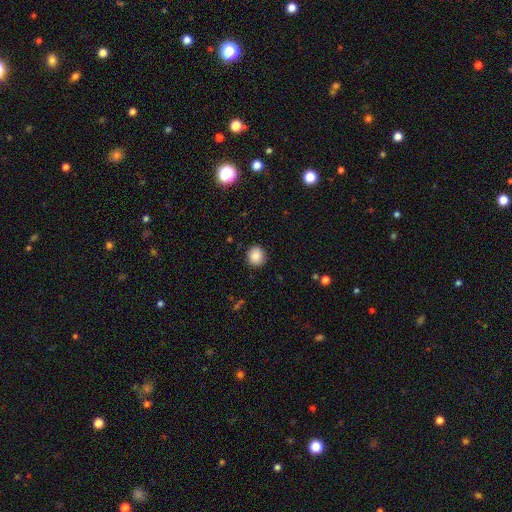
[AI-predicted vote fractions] Overall: smooth (88%). How rounded: round (86%). Merging: none (90%).